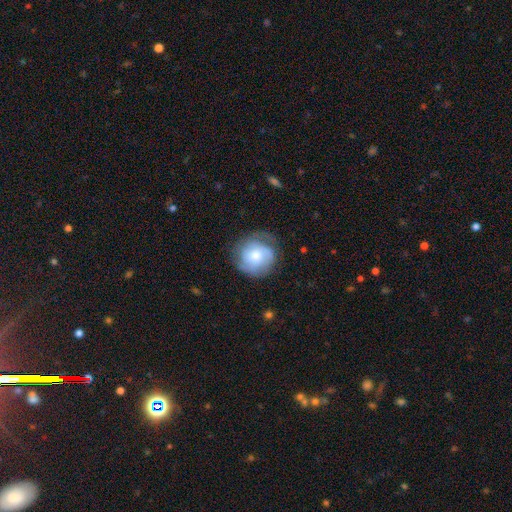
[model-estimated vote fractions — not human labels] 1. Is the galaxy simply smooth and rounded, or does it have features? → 51% smooth, 42% featured or disk, 7% star or artifact.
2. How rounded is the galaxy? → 88% round, 11% in between, 1% cigar-shaped.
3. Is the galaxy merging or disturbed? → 60% none, 26% minor disturbance, 12% major disturbance, 1% merger.